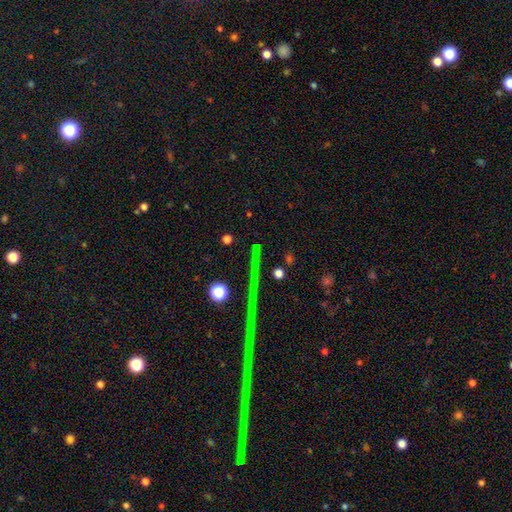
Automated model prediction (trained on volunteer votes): star or artifact 71%, featured or disk 17%, smooth 12%.